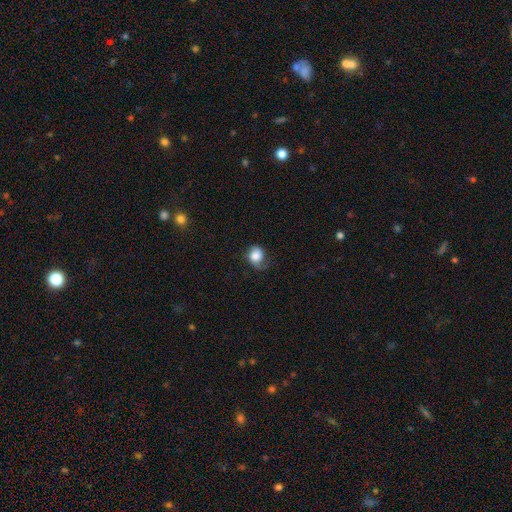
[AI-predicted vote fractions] smooth_or_featured: smooth (p=0.69) [alt: featured or disk p=0.22]
how_rounded: round (p=0.62) [alt: in between p=0.37]
merging: none (p=0.43) [alt: minor disturbance p=0.31]